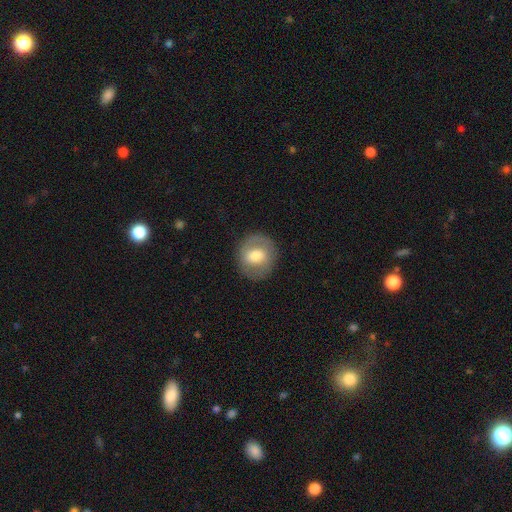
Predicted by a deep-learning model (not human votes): smooth-or-featured: smooth: 56% | featured or disk: 37% | star or artifact: 7%
  how-rounded: round: 75% | in between: 24% | cigar-shaped: 1%
  merging: none: 84% | minor disturbance: 10% | major disturbance: 5% | merger: 1%